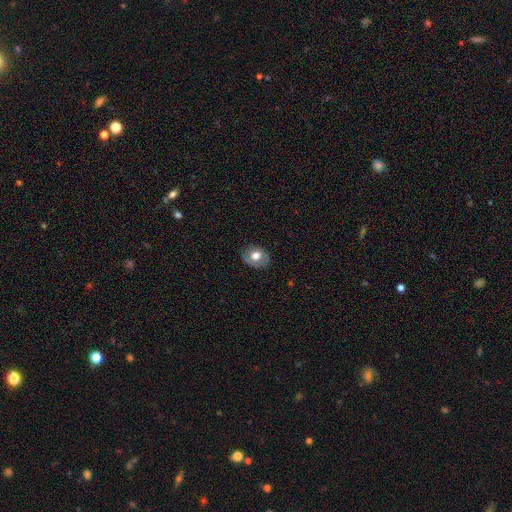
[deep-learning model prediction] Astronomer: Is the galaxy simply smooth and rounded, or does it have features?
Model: smooth — 63%.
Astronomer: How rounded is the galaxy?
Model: in between — 52% (runner-up: round, 47%).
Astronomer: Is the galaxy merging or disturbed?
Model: none — 80%.